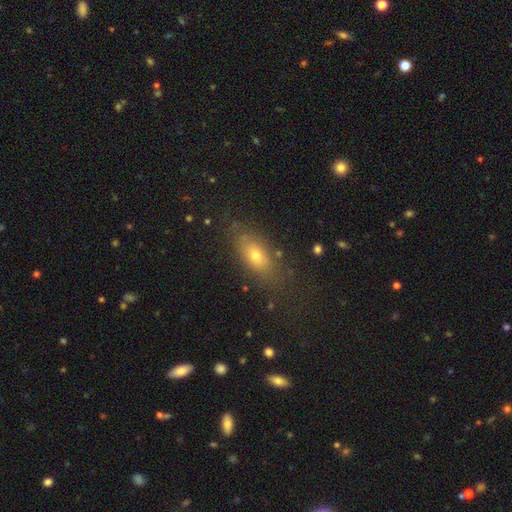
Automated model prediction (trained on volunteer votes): Smooth or featured? Predicted: smooth (p=0.65). How rounded? Predicted: in between (p=0.76). Merging? Predicted: none (p=0.75).